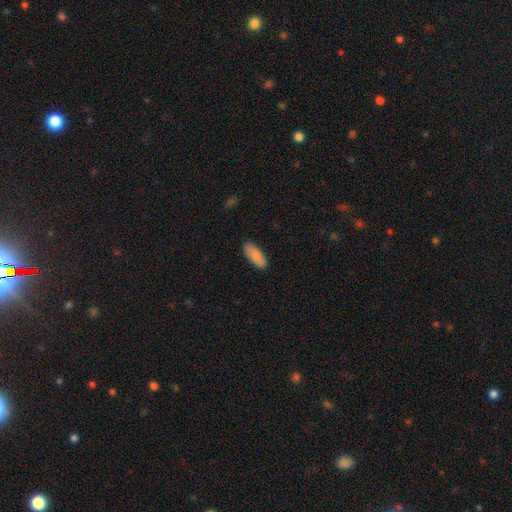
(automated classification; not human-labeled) Smooth or featured?
  - smooth: 86% *
  - featured or disk: 8%
  - star or artifact: 6%
How rounded?
  - in between: 78% *
  - cigar-shaped: 20%
  - round: 2%
Merging?
  - none: 87% *
  - minor disturbance: 10%
  - major disturbance: 2%
  - merger: 1%